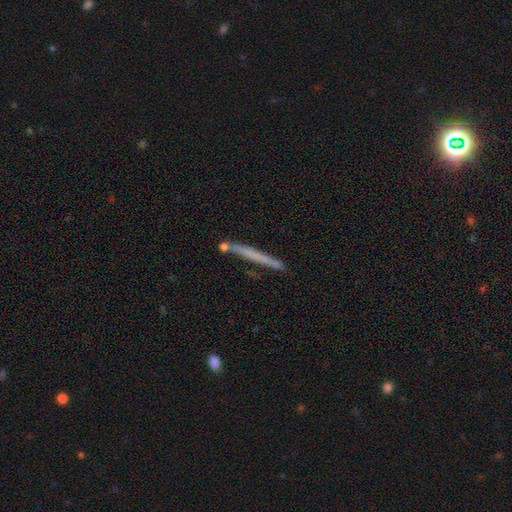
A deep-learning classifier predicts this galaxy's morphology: Overall: smooth (50%; featured or disk 42%). How rounded: cigar-shaped (97%). Merging: none (82%).